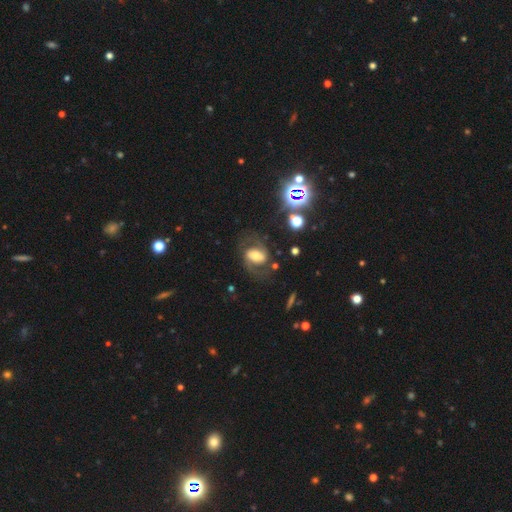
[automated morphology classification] This appears to be a featured or disk galaxy (66%) with a weak bar (39%), 2 (88%) medium (52%) spiral arms (87%) and a moderate central bulge (50%). Merging: none (68%).